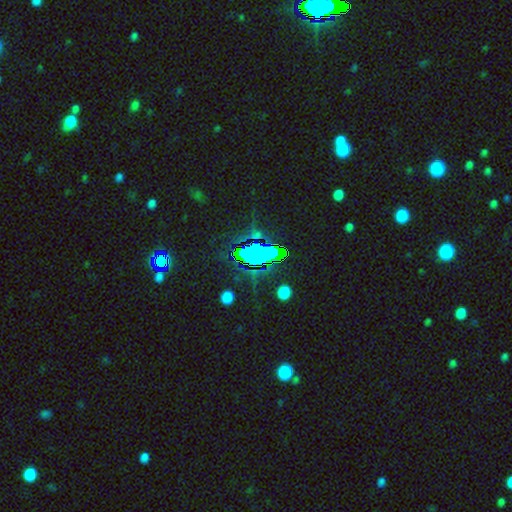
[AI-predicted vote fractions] This appears to be a star or artifact, not a galaxy (68%).